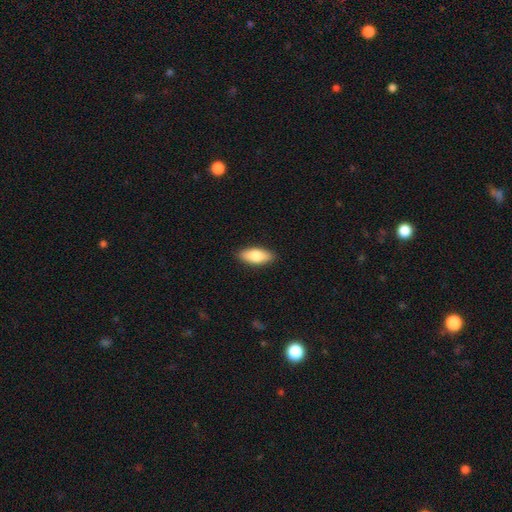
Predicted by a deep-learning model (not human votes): Q: Smooth or featured?
A: smooth (79%); runner-up: featured or disk (15%)
Q: How rounded?
A: in between (83%); runner-up: cigar-shaped (15%)
Q: Merging?
A: none (89%); runner-up: minor disturbance (8%)